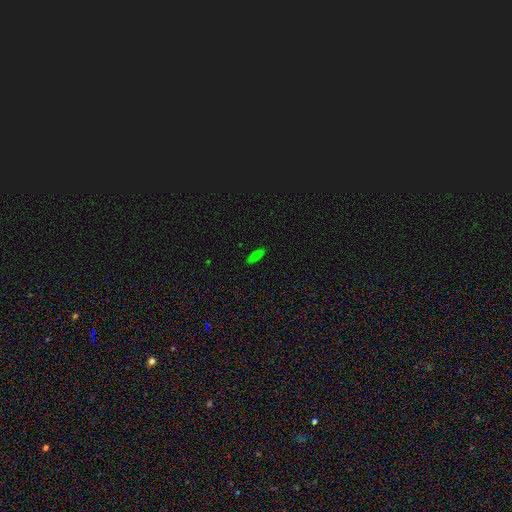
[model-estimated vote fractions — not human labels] A smooth galaxy with no disk features (76%) that is in between round and cigar-shaped (64%).

Vote fractions:
- Smooth or featured? smooth: 76% / star or artifact: 15% / featured or disk: 9%
- How rounded? in between: 64% / cigar-shaped: 33% / round: 3%
- Merging? none: 88% / minor disturbance: 9% / major disturbance: 2% / merger: 1%